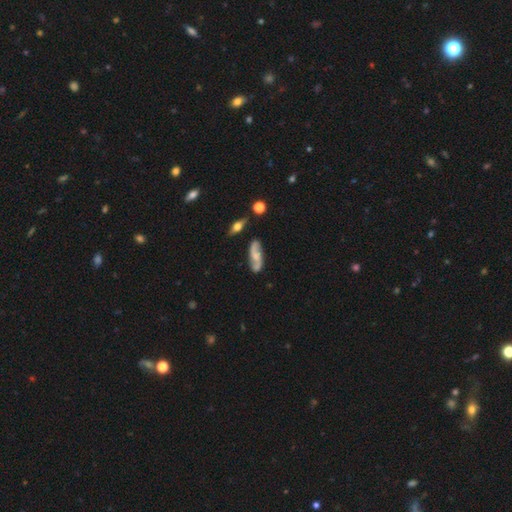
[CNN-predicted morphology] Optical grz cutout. It shows a featured or disk galaxy (69%) with no bar (53%), 2 (91%) loose (59%) spiral arms (93%) and a small central bulge (39%). Merging: none (77%).